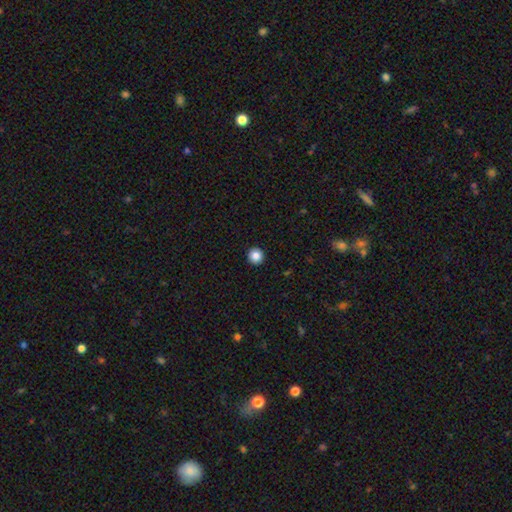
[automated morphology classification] smooth_or_featured: smooth (p=0.86) [alt: star or artifact p=0.10]
how_rounded: round (p=0.96) [alt: in between p=0.03]
merging: none (p=0.94) [alt: minor disturbance p=0.04]